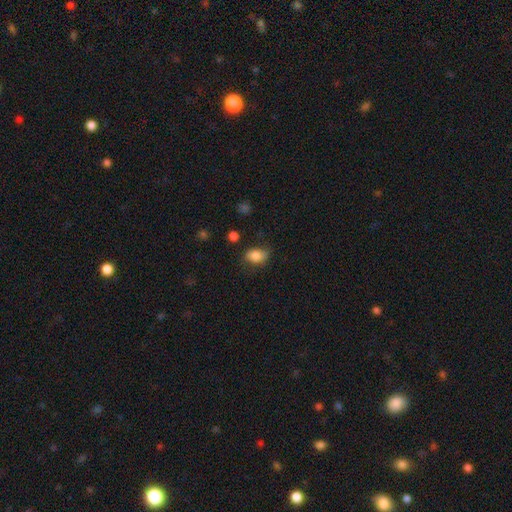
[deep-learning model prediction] Smooth or featured? smooth (83%)
How rounded? in between (80%)
Merging? none (66%)